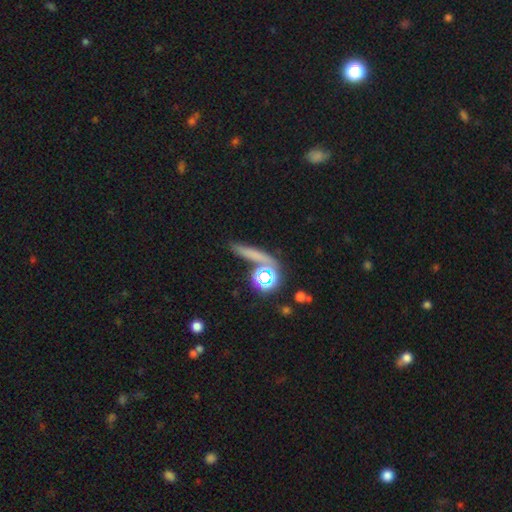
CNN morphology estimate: Smooth or featured? smooth (56%)
How rounded? cigar-shaped (67%)
Merging? none (69%)